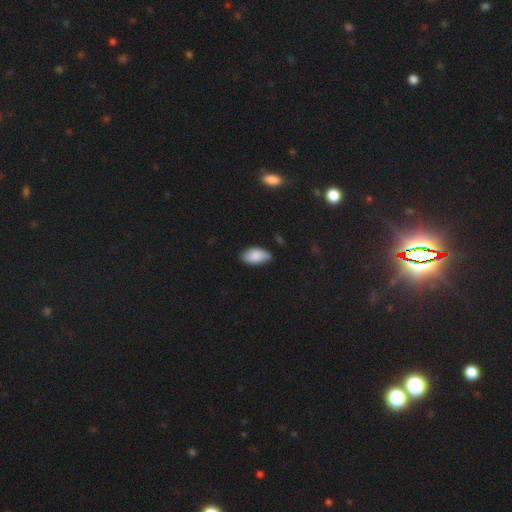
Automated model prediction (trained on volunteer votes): The model was most divided on "merging": none: 70%, minor disturbance: 24%, major disturbance: 3%, merger: 2%. More confident: how rounded — in between (94%); smooth or featured — smooth (83%).